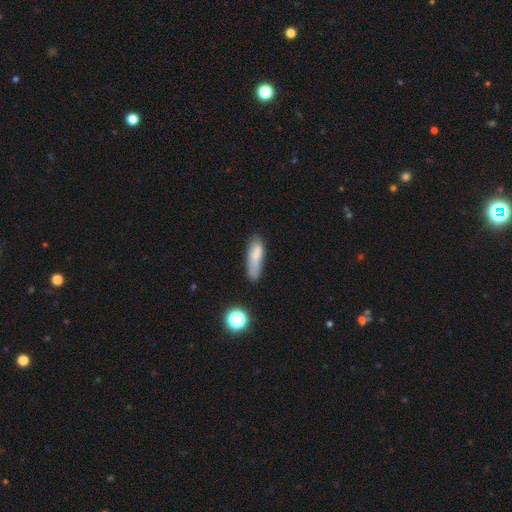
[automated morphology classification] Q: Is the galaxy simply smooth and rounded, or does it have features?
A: smooth — 75%.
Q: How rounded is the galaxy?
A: cigar-shaped — 61%.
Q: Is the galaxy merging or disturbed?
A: none — 55%.